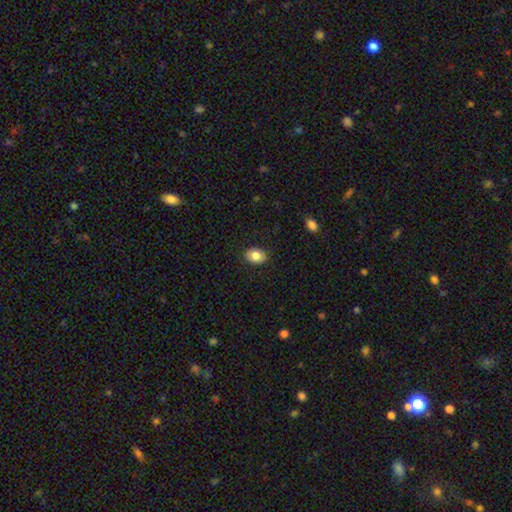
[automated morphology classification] Smooth or featured: smooth — 83% (featured or disk — 9%)
How rounded: in between — 70% (round — 29%)
Merging: none — 89% (minor disturbance — 8%)